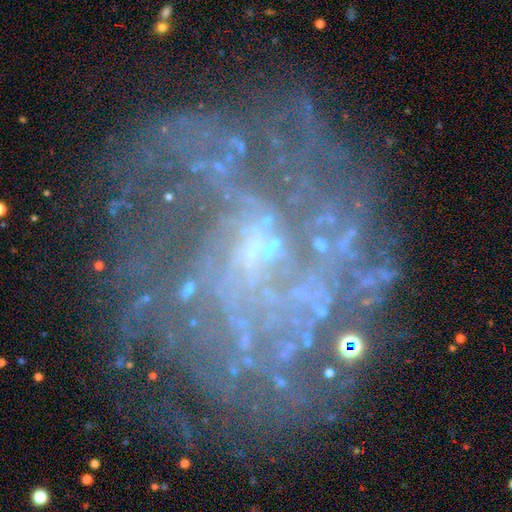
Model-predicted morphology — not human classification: type=featured or disk (81%); edge-on=no (98%); bar=no (61%); spiral arms=yes (83%); winding=tight (44%); arm count=can't tell (41%); bulge=small (56%); merging=none (59%).